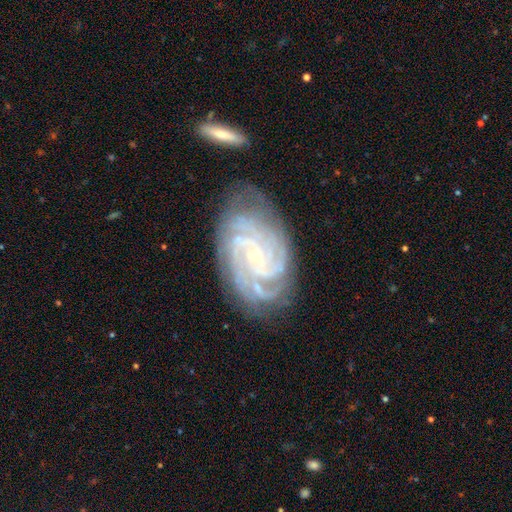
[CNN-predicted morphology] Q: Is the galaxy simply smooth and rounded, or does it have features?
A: featured or disk — 90%.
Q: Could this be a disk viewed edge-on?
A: no — 97%.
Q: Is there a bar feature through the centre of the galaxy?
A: no — 67%.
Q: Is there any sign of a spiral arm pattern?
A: yes — 98%.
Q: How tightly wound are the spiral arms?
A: tight — 76%.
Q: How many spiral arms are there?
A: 4 — 39%.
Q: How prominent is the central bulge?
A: small — 83%.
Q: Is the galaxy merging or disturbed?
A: none — 74%.